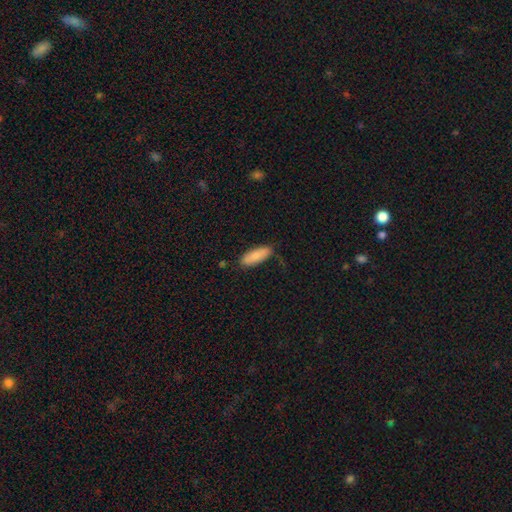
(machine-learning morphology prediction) The model was most divided on "how rounded": in between: 63%, cigar-shaped: 35%, round: 2%. More confident: smooth or featured — smooth (85%); merging — none (75%).